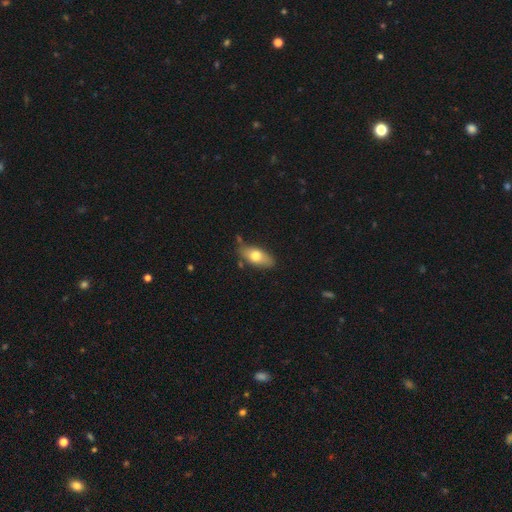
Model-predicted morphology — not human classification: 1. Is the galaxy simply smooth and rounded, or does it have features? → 69% smooth, 25% featured or disk, 6% star or artifact.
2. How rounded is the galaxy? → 82% in between, 14% cigar-shaped, 4% round.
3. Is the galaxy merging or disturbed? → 74% none, 18% minor disturbance, 4% merger, 4% major disturbance.